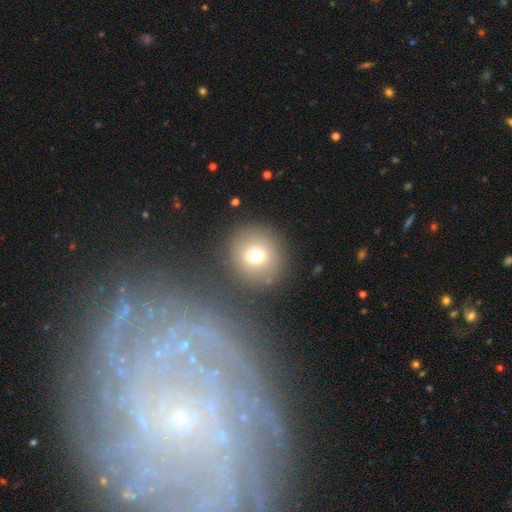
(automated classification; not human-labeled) smooth-or-featured: smooth: 72% | star or artifact: 15% | featured or disk: 13%
  how-rounded: round: 89% | in between: 10% | cigar-shaped: 1%
  merging: none: 81% | minor disturbance: 8% | merger: 6% | major disturbance: 5%